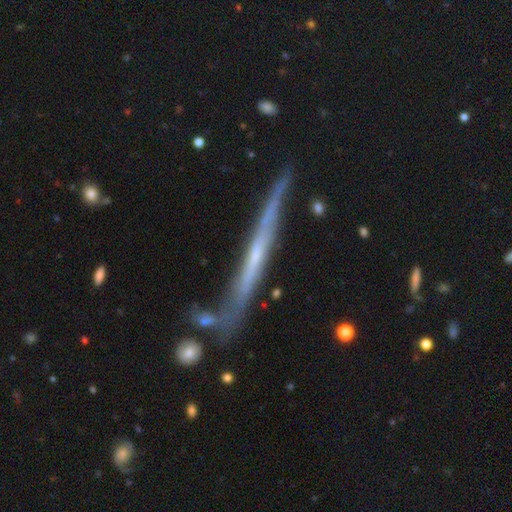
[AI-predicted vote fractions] Morphology: type=featured or disk (72%); edge-on=yes (92%); edge-on bulge=none (66%); merging=none (74%).